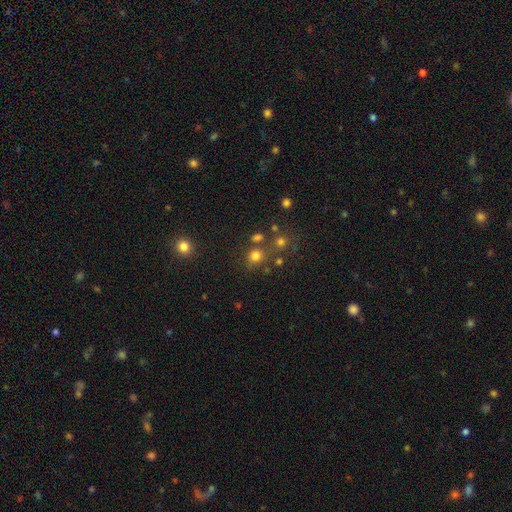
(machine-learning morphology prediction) Smooth or featured: smooth — 74% (star or artifact — 19%)
How rounded: round — 81% (in between — 18%)
Merging: none — 65% (merger — 17%)